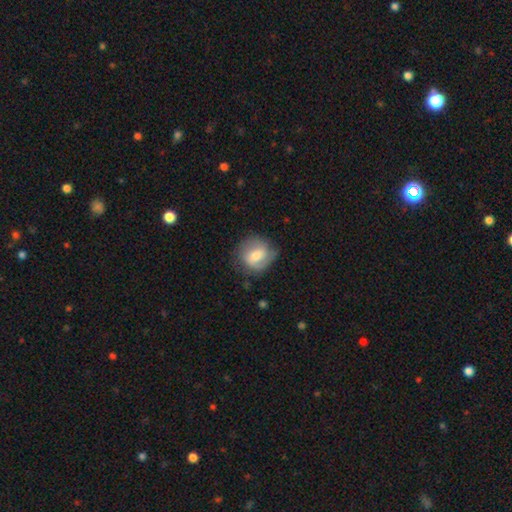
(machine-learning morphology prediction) The model was most divided on "smooth or featured": featured or disk: 49%, smooth: 44%, star or artifact: 7%. More confident: merging — none (70%).